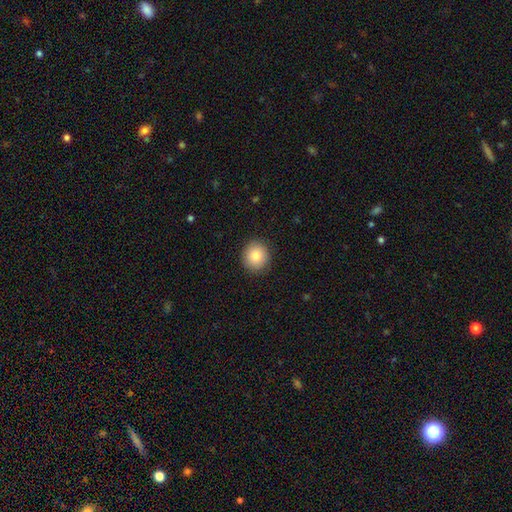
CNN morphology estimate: This is clearly a smooth galaxy (83%). How rounded: clearly round (87%). Merging: clearly none (90%).